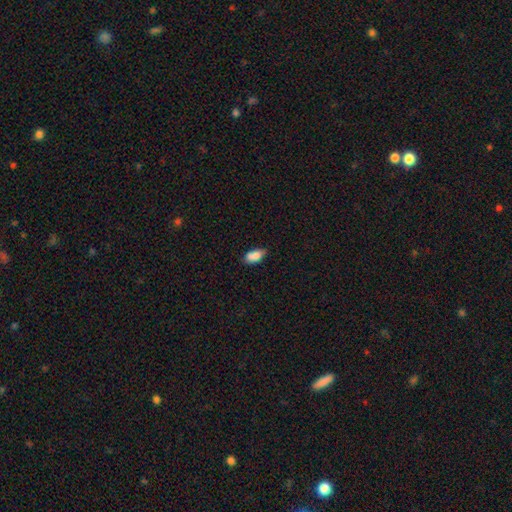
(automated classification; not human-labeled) Smooth or featured? Predicted: smooth (p=0.81). How rounded? Predicted: in between (p=0.90). Merging? Predicted: none (p=0.64).